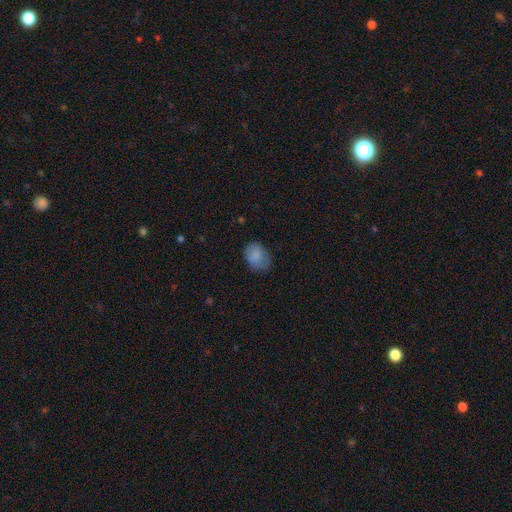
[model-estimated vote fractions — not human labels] Smooth or featured? smooth (83%)
How rounded? in between (68%)
Merging? none (61%)